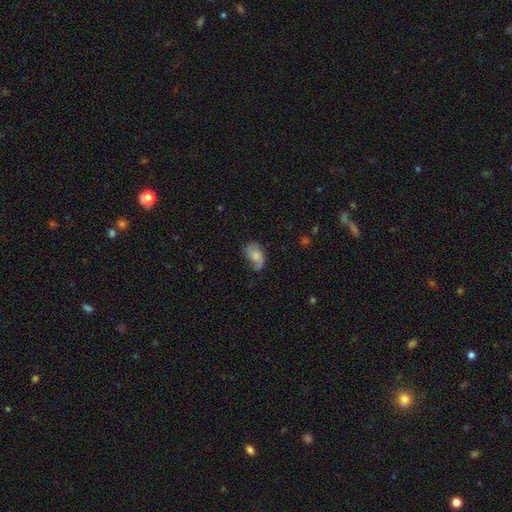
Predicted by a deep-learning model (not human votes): smooth-or-featured: smooth: 59% | featured or disk: 33% | star or artifact: 8%
  how-rounded: in between: 86% | round: 12% | cigar-shaped: 2%
  merging: none: 47% | minor disturbance: 34% | major disturbance: 16% | merger: 3%